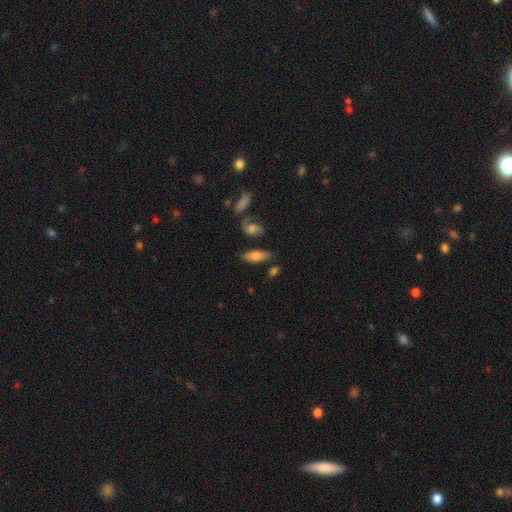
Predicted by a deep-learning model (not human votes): The model was most divided on "how rounded": in between: 67%, cigar-shaped: 30%, round: 3%. More confident: merging — none (73%); smooth or featured — smooth (70%).